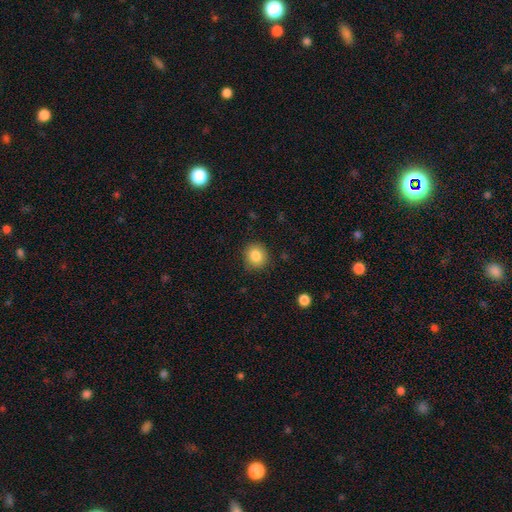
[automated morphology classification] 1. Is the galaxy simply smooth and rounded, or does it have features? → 84% smooth, 10% star or artifact, 6% featured or disk.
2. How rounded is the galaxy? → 83% round, 16% in between, 1% cigar-shaped.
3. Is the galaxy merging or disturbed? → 89% none, 8% minor disturbance, 2% major disturbance, 1% merger.